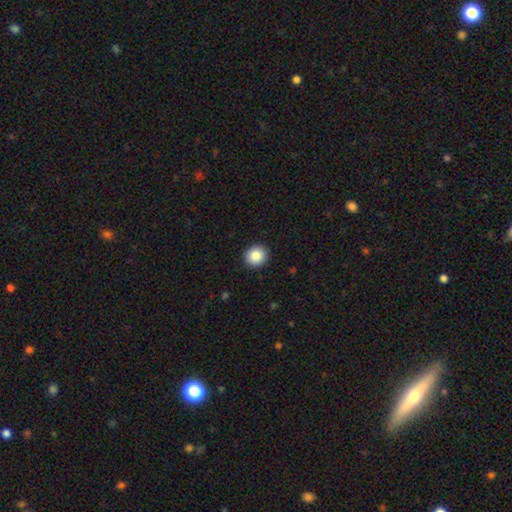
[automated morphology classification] type=smooth (87%); roundness=round (88%); merging=none (92%).